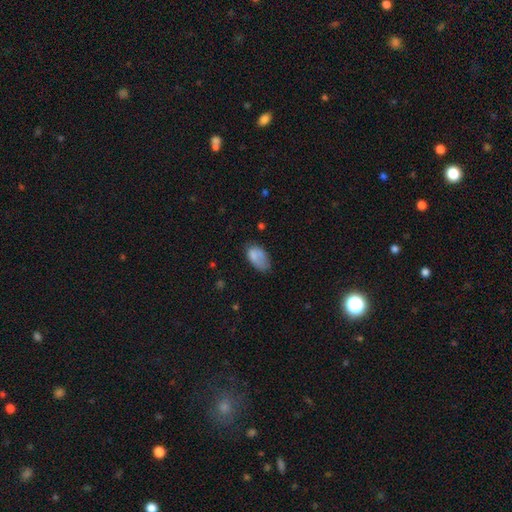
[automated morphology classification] Smooth or featured: smooth — 76% (featured or disk — 15%)
How rounded: in between — 92% (round — 6%)
Merging: none — 38% (minor disturbance — 37%)